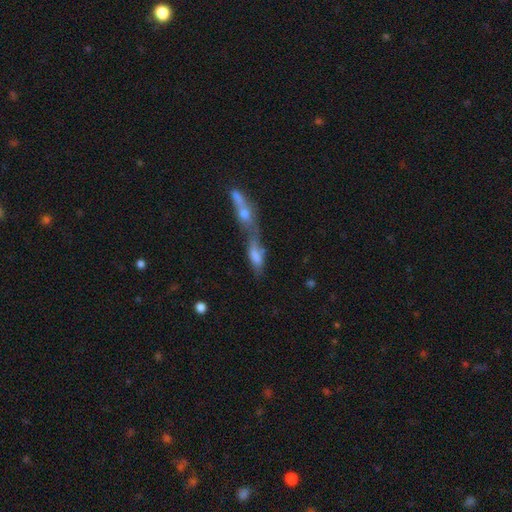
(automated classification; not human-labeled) A smooth galaxy with no disk features (67%) that is in between round and cigar-shaped (63%).

Vote fractions:
- Smooth or featured? smooth: 67% / featured or disk: 23% / star or artifact: 10%
- How rounded? in between: 63% / cigar-shaped: 32% / round: 5%
- Merging? merger: 68% / none: 16% / minor disturbance: 8% / major disturbance: 8%